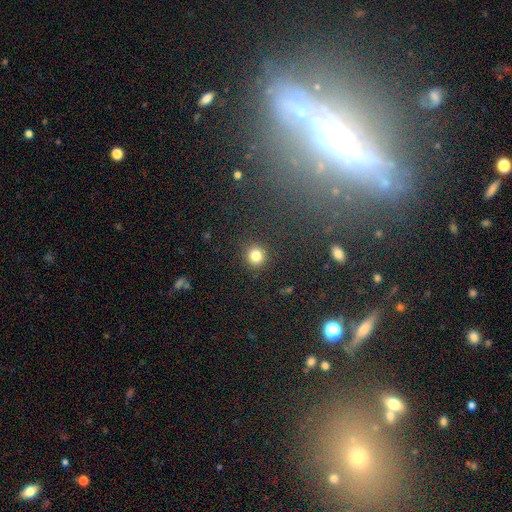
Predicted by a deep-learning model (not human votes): Morphology: type=smooth (82%); roundness=round (92%); merging=none (90%).